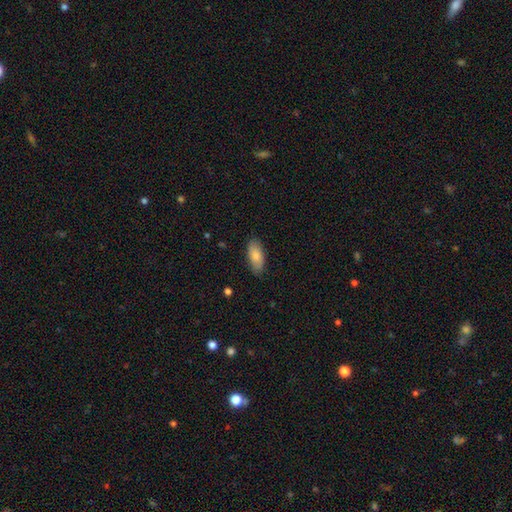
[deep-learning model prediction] smooth-or-featured: smooth: 84% | featured or disk: 10% | star or artifact: 6%
  how-rounded: in between: 86% | cigar-shaped: 12% | round: 2%
  merging: none: 85% | minor disturbance: 12% | major disturbance: 2% | merger: 1%